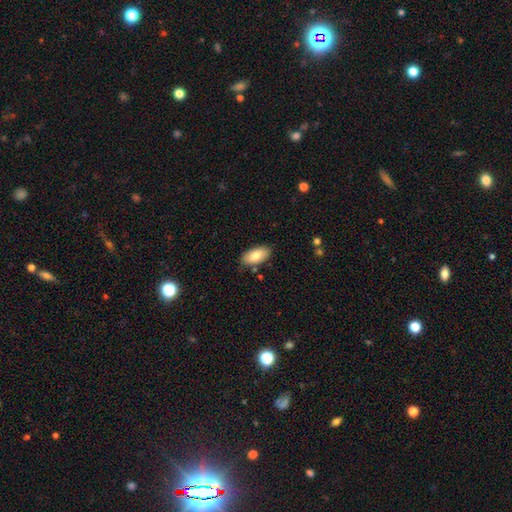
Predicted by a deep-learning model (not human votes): Smooth or featured? Predicted: smooth (p=0.78). How rounded? Predicted: in between (p=0.92). Merging? Predicted: none (p=0.83).